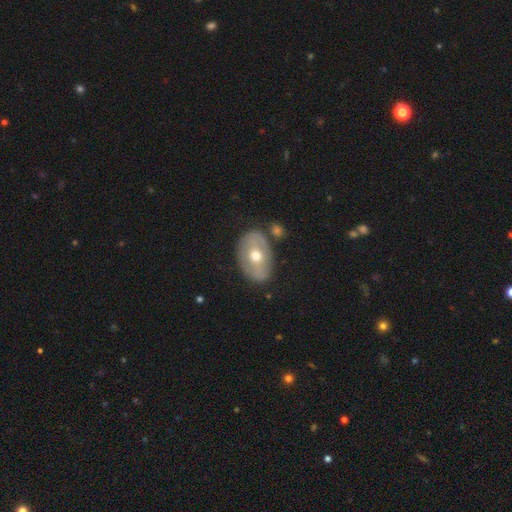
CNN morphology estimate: Smooth or featured? featured or disk (48%)
Merging? none (75%)